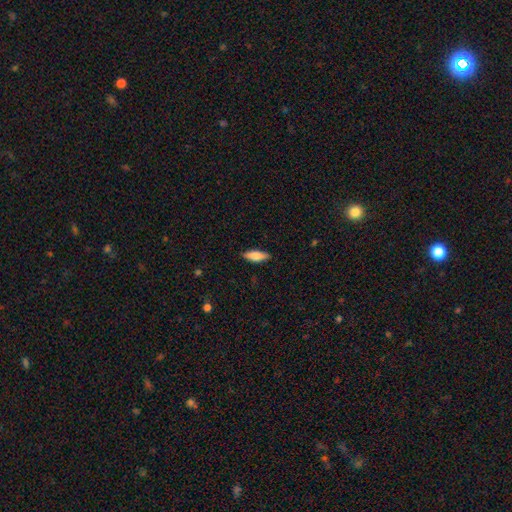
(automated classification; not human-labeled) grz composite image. It shows a smooth galaxy with no disk features (72%) that is in between round and cigar-shaped (58%). Merging: none (86%).